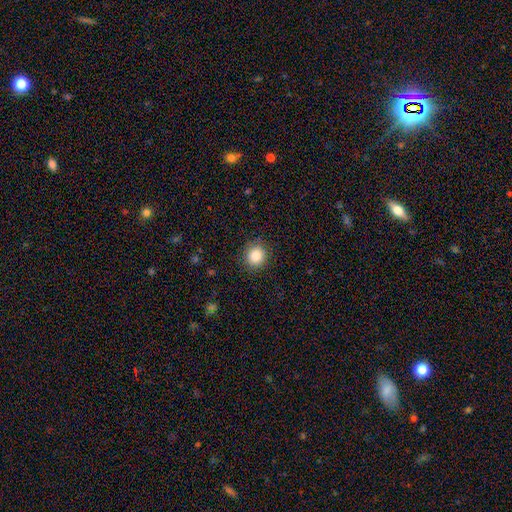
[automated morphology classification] Overall: smooth (85%). How rounded: round (86%). Merging: none (89%).